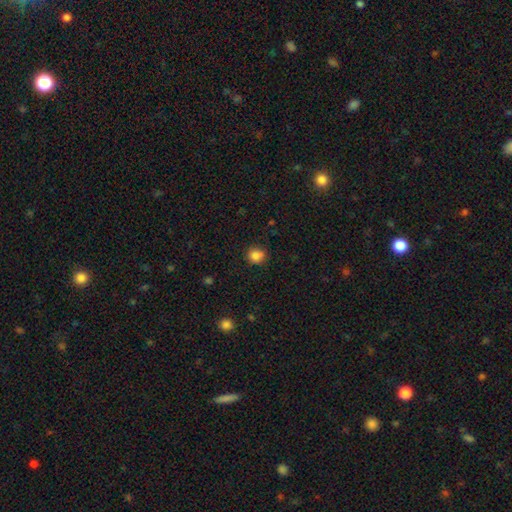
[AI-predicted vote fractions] Smooth or featured? Predicted: smooth (p=0.84). How rounded? Predicted: round (p=0.82). Merging? Predicted: none (p=0.83).